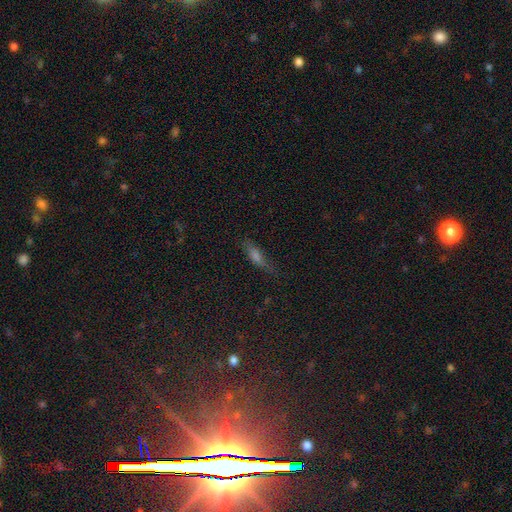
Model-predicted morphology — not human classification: The model was most divided on "smooth or featured": smooth: 52%, featured or disk: 28%, star or artifact: 20%. More confident: merging — none (69%); how rounded — cigar-shaped (64%).